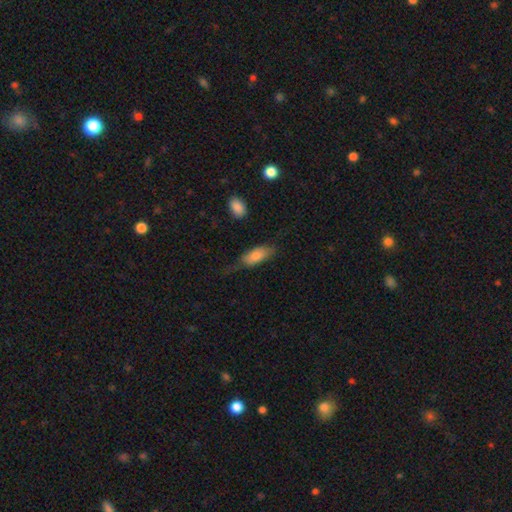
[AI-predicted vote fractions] Smooth or featured: smooth — 78% (featured or disk — 16%)
How rounded: in between — 80% (cigar-shaped — 17%)
Merging: none — 48% (minor disturbance — 31%)